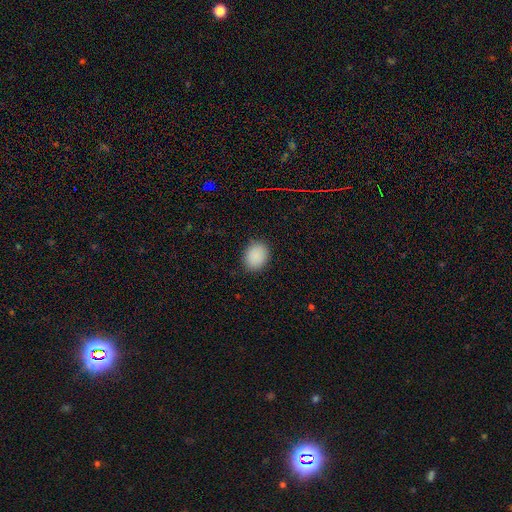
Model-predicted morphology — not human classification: A smooth galaxy with no disk features (89%) that is round (50%). Merging: none (87%).